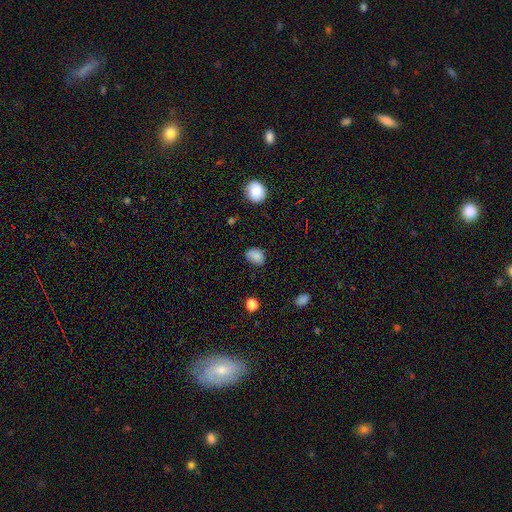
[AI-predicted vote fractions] A smooth galaxy with no disk features (85%) that is in between round and cigar-shaped (69%).

Vote fractions:
- Smooth or featured? smooth: 85% / star or artifact: 10% / featured or disk: 6%
- How rounded? in between: 69% / round: 30% / cigar-shaped: 1%
- Merging? none: 72% / minor disturbance: 22% / major disturbance: 4% / merger: 2%